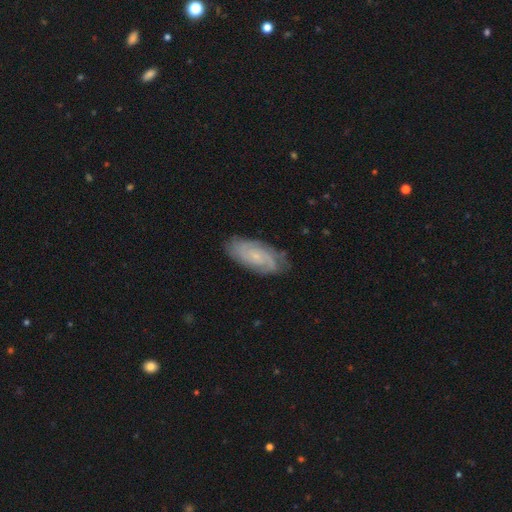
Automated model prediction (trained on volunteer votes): smooth-or-featured: featured or disk: 76% | smooth: 18% | star or artifact: 6%
  disk-edge-on: no: 94% | yes: 6%
    bar: no: 69% | weak: 27% | strong: 4%
    has-spiral-arms: yes: 95% | no: 5%
      spiral-winding: tight: 58% | medium: 33% | loose: 9%
      spiral-arm-count: 2: 36% | can't tell: 31% | 3: 17% | 4: 7% | 1: 4% | more than 4: 4%
    bulge-size: small: 77% | moderate: 14% | none: 7% | large: 1% | dominant: 1%
  merging: none: 77% | minor disturbance: 17% | major disturbance: 4% | merger: 1%